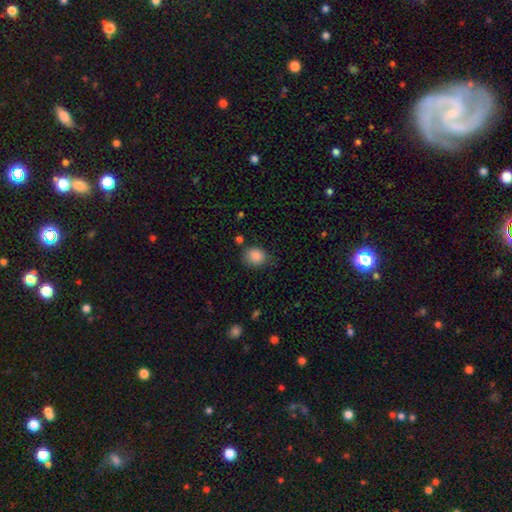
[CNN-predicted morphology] Smooth or featured? Predicted: smooth (p=0.86). How rounded? Predicted: round (p=0.72). Merging? Predicted: none (p=0.70).